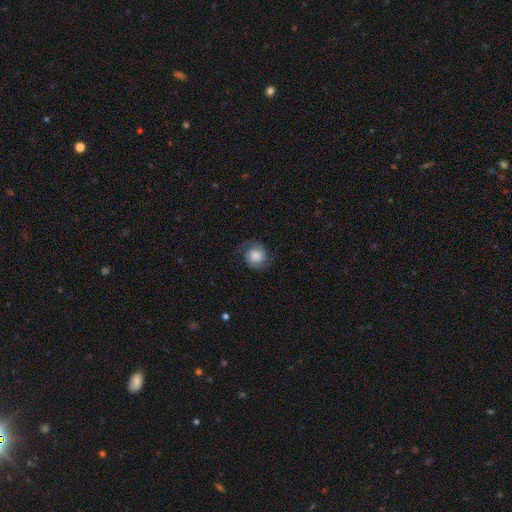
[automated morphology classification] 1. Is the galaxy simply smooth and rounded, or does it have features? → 51% smooth, 40% featured or disk, 10% star or artifact.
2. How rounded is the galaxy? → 82% round, 17% in between, 1% cigar-shaped.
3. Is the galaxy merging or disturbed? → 74% none, 17% minor disturbance, 8% major disturbance, 1% merger.